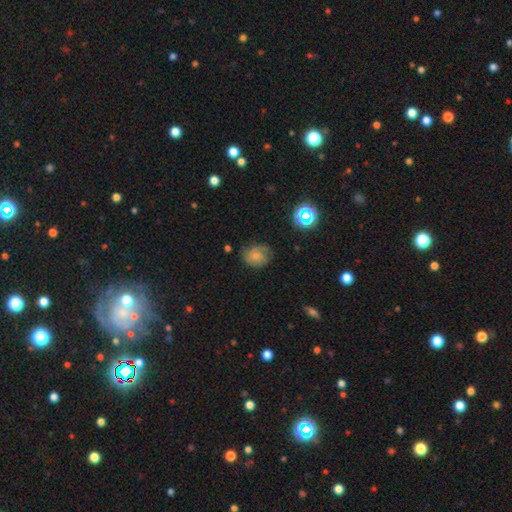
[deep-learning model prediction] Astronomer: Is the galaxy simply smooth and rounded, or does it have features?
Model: smooth — 57%.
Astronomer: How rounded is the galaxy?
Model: round — 70%.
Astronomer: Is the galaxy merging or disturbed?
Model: none — 65%.